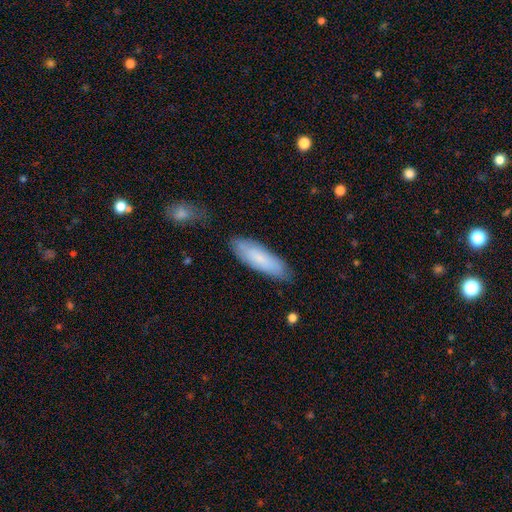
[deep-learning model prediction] smooth-or-featured: smooth: 73% | featured or disk: 17% | star or artifact: 9%
  how-rounded: cigar-shaped: 55% | in between: 43% | round: 2%
  merging: none: 81% | minor disturbance: 13% | major disturbance: 3% | merger: 2%